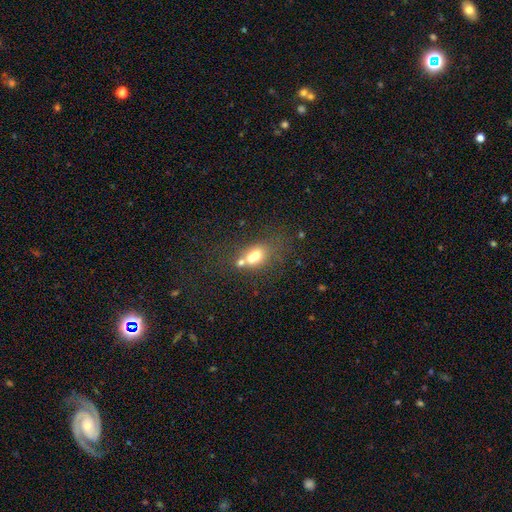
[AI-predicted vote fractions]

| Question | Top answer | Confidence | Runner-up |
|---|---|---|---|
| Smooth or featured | smooth | 58% | featured or disk (28%) |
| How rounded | in between | 50% | round (48%) |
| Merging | merger | 59% | none (27%) |